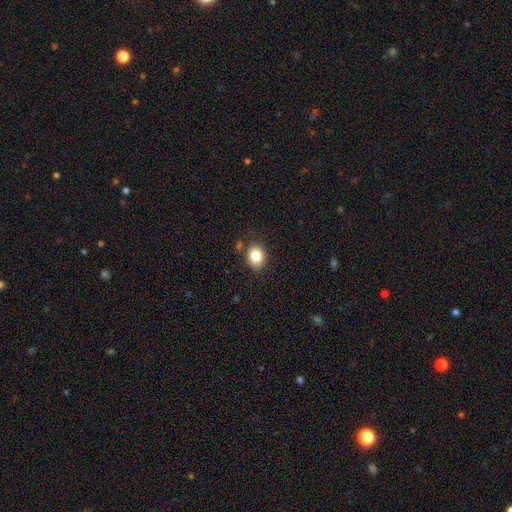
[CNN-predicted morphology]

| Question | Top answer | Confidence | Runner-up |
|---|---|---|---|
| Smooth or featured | smooth | 82% | star or artifact (10%) |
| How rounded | round | 57% | in between (43%) |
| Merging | none | 82% | minor disturbance (11%) |